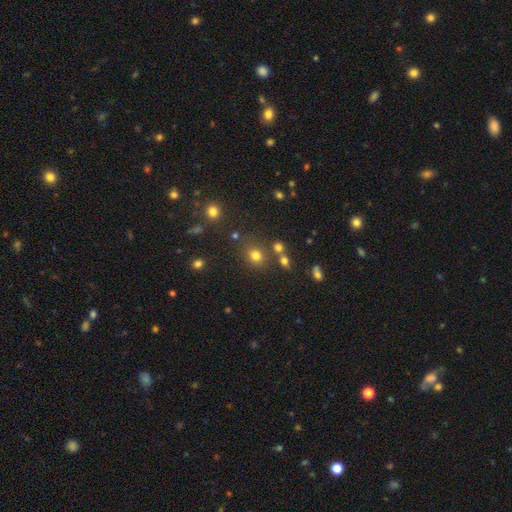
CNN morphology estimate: Smooth or featured?
  - smooth: 74% *
  - star or artifact: 19%
  - featured or disk: 8%
How rounded?
  - round: 76% *
  - in between: 23%
  - cigar-shaped: 1%
Merging?
  - none: 73% *
  - merger: 11%
  - minor disturbance: 11%
  - major disturbance: 5%